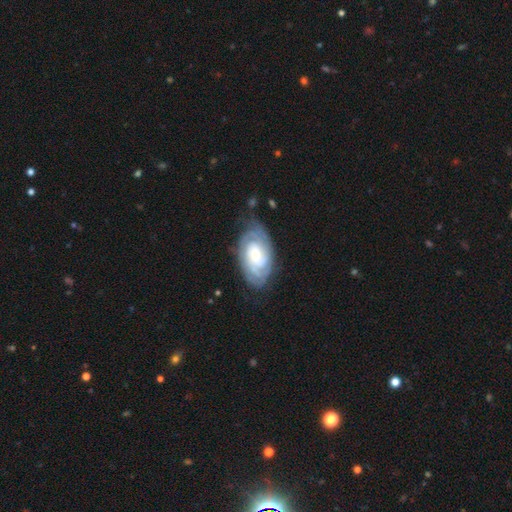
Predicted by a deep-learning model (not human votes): featured or disk 85%, smooth 11%, star or artifact 5%. Down the decision tree: edge-on disk — no (96%); bar — no (67%); spiral arms — yes (96%); spiral arm count — can't tell (33%); spiral winding — tight (76%); bulge size — moderate (47%); merging — none (74%).